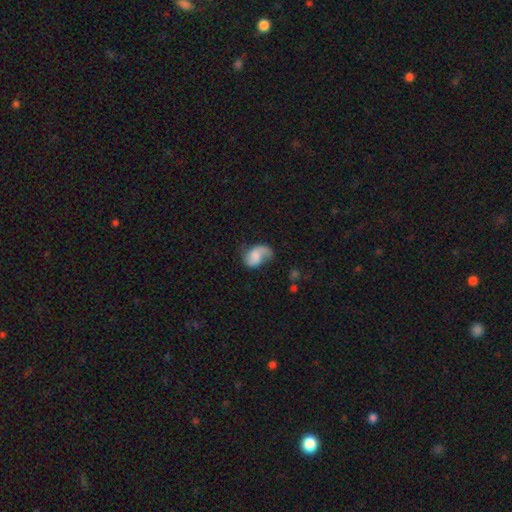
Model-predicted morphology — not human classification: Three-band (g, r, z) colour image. It shows a featured or disk galaxy (48%). Merging: none (38%).